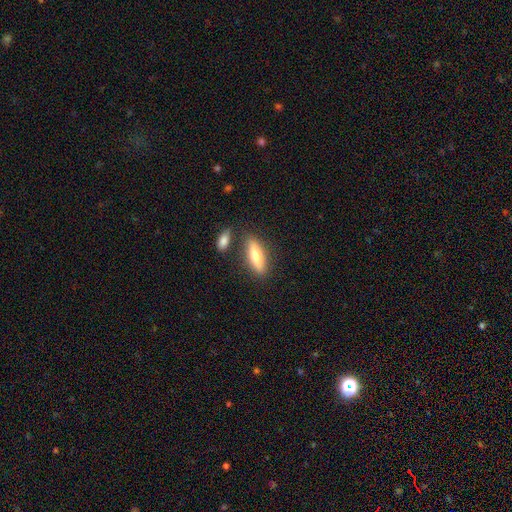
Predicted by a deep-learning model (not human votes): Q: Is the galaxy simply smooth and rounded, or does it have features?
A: smooth — 67%.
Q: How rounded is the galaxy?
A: cigar-shaped — 56%.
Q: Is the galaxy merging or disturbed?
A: none — 76%.